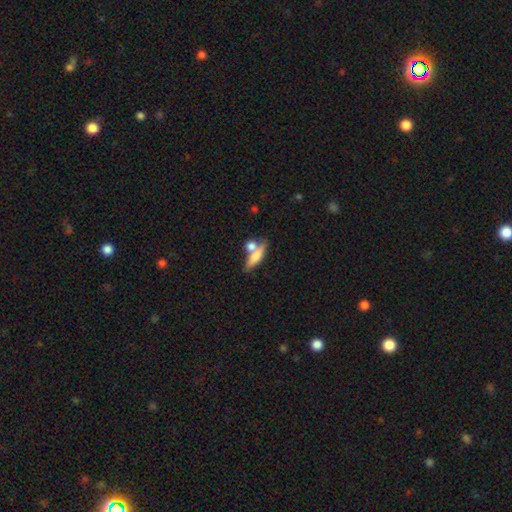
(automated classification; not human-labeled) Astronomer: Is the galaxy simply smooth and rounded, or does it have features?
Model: smooth — 69%.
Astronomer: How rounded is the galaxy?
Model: in between — 51% (runner-up: cigar-shaped, 42%).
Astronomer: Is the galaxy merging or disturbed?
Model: merger — 42% (runner-up: none, 39%).